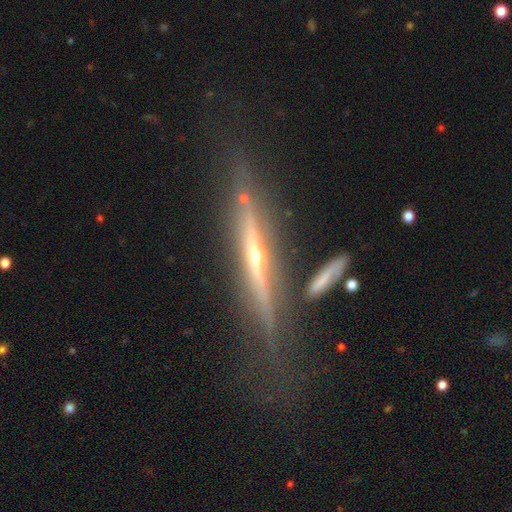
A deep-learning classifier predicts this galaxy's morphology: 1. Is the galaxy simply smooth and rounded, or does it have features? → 81% featured or disk, 12% smooth, 8% star or artifact.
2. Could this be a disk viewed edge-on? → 93% yes, 7% no.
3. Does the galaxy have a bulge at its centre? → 79% rounded, 18% none, 3% boxy.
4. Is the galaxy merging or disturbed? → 66% none, 19% minor disturbance, 8% major disturbance, 7% merger.